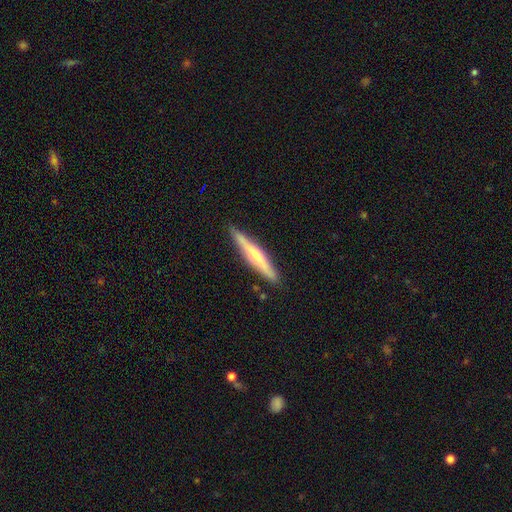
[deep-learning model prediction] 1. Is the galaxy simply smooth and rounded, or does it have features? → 50% featured or disk, 44% smooth, 6% star or artifact.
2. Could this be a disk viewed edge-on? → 95% yes, 5% no.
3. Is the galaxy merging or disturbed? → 88% none, 9% minor disturbance, 2% major disturbance, 1% merger.